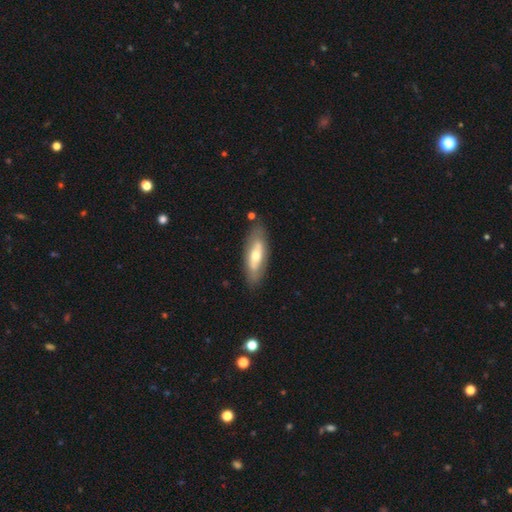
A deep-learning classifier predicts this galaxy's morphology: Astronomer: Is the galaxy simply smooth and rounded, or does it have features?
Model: featured or disk — 51% (runner-up: smooth, 43%).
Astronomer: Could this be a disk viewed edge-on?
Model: no — 68%.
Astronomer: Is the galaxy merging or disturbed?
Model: none — 82%.